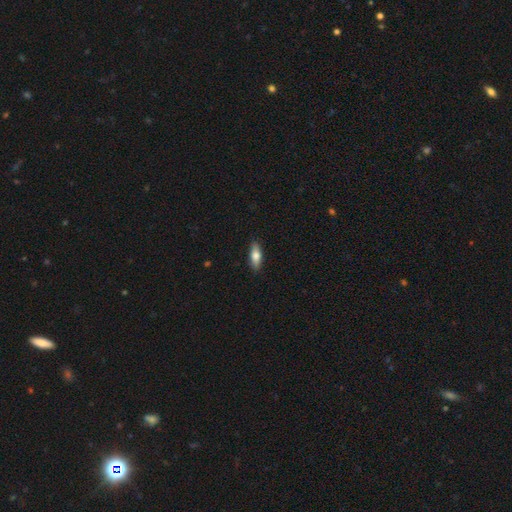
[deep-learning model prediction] Morphology: type=smooth (74%); roundness=in between (63%); merging=none (88%).